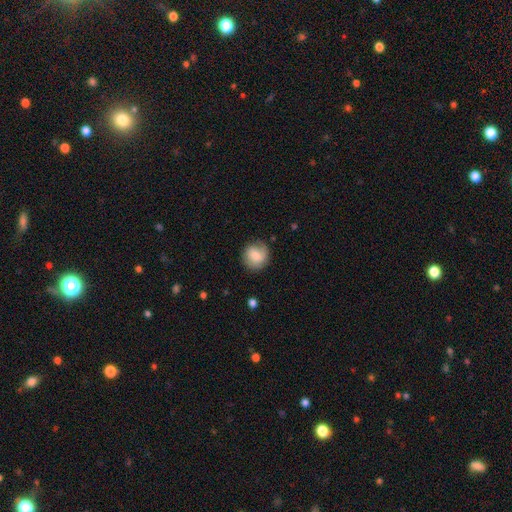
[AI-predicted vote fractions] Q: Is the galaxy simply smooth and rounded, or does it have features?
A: smooth — 69%.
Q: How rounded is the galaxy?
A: round — 87%.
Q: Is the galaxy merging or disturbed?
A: none — 73%.